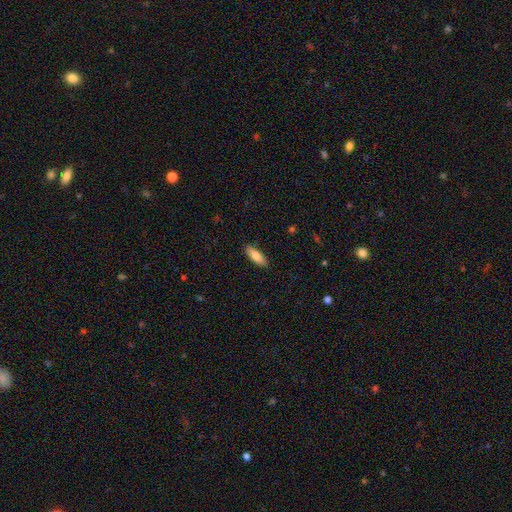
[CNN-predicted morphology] smooth 82%, featured or disk 12%, star or artifact 6%. Down the decision tree: how rounded — in between (60%); merging — none (89%).